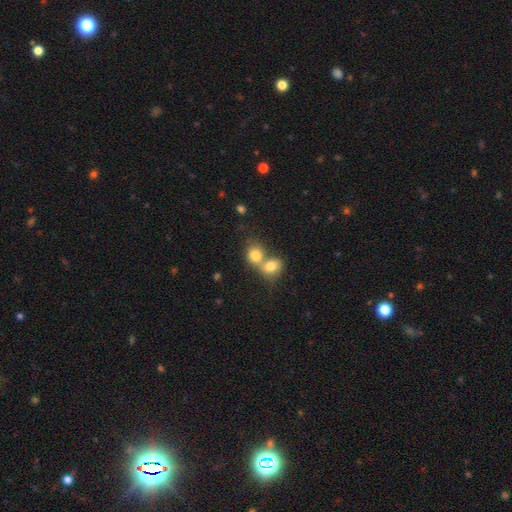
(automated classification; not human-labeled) Smooth or featured?
  - smooth: 79% *
  - featured or disk: 12%
  - star or artifact: 9%
How rounded?
  - round: 66% *
  - in between: 33%
  - cigar-shaped: 1%
Merging?
  - merger: 67% *
  - none: 24%
  - minor disturbance: 6%
  - major disturbance: 3%